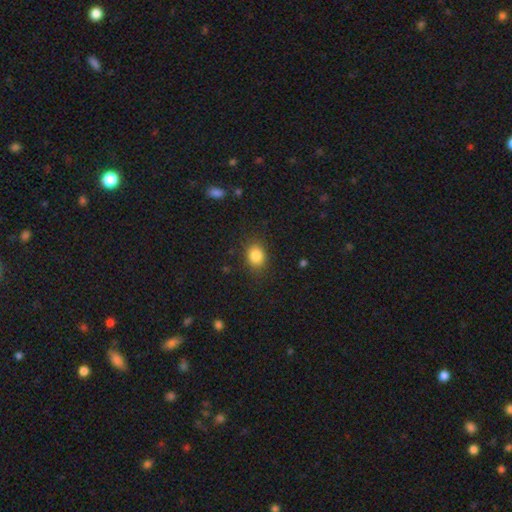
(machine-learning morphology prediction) The model was most divided on "how rounded": round: 53%, in between: 46%, cigar-shaped: 1%. More confident: merging — none (85%); smooth or featured — smooth (84%).